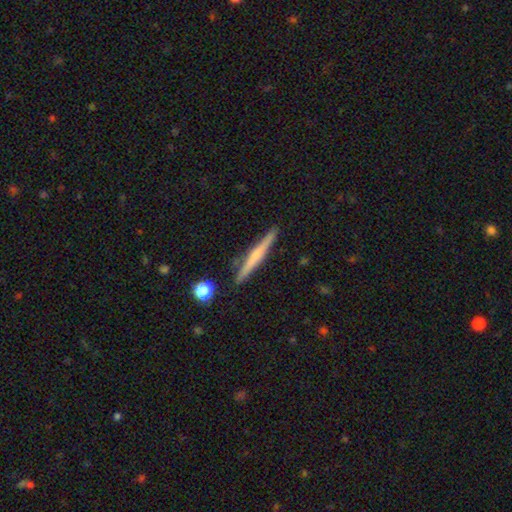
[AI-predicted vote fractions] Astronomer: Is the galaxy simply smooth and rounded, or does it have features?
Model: featured or disk — 53% (runner-up: smooth, 41%).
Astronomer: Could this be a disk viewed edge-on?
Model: yes — 98%.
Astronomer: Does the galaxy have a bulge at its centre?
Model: rounded — 51% (runner-up: none, 39%).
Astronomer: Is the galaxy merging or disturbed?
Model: none — 89%.